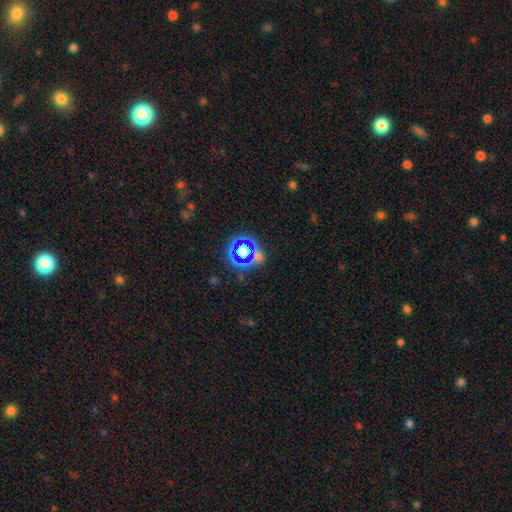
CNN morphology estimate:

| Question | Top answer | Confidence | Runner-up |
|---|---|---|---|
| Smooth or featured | star or artifact | 70% | smooth (19%) |